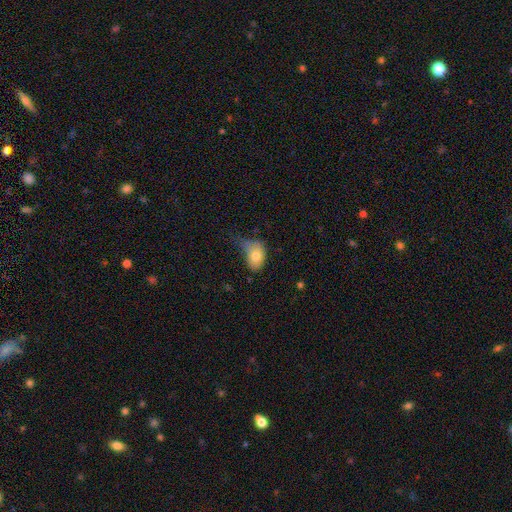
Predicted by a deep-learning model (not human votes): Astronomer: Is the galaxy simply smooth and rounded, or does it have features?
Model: smooth — 76%.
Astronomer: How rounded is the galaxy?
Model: in between — 79%.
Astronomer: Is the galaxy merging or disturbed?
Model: minor disturbance — 42% (runner-up: major disturbance, 28%).